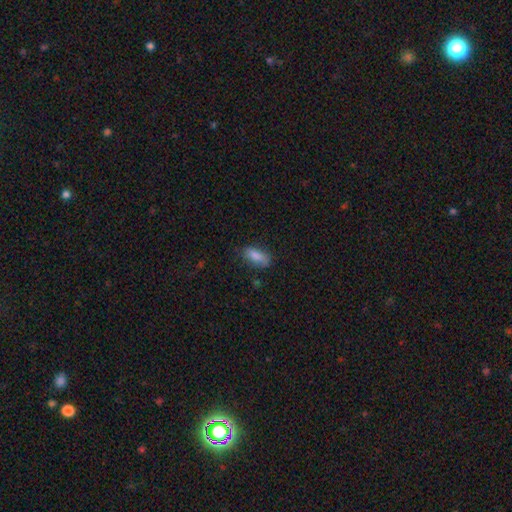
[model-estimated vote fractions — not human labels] Q: Smooth or featured?
A: smooth (82%); runner-up: featured or disk (10%)
Q: How rounded?
A: in between (81%); runner-up: cigar-shaped (16%)
Q: Merging?
A: none (71%); runner-up: minor disturbance (22%)